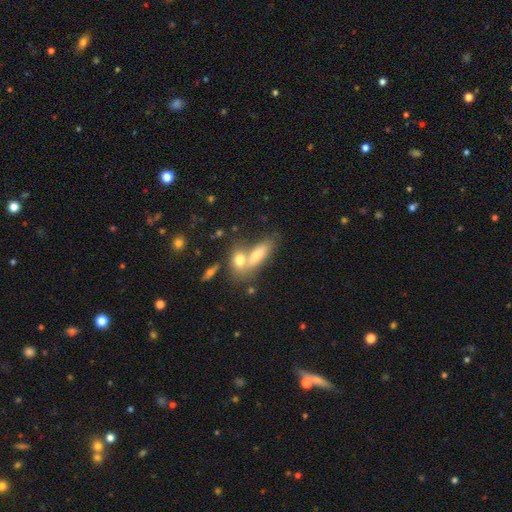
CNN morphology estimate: A smooth galaxy with no disk features (68%) that is in between round and cigar-shaped (63%).

Vote fractions:
- Smooth or featured? smooth: 68% / featured or disk: 22% / star or artifact: 10%
- How rounded? in between: 63% / cigar-shaped: 32% / round: 6%
- Merging? merger: 50% / none: 36% / minor disturbance: 9% / major disturbance: 5%